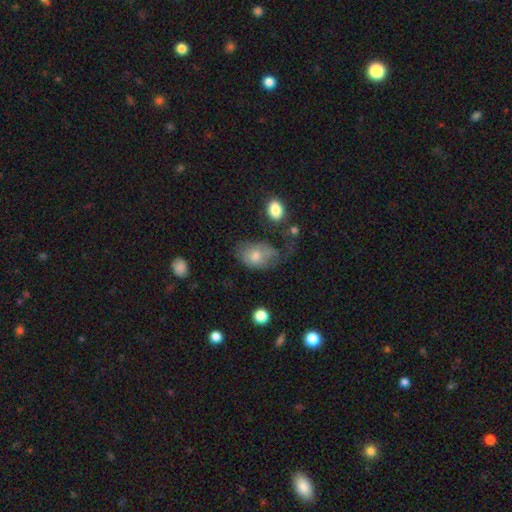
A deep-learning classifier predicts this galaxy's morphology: smooth 64%, featured or disk 26%, star or artifact 9%. Down the decision tree: how rounded — in between (80%); merging — major disturbance (34%).